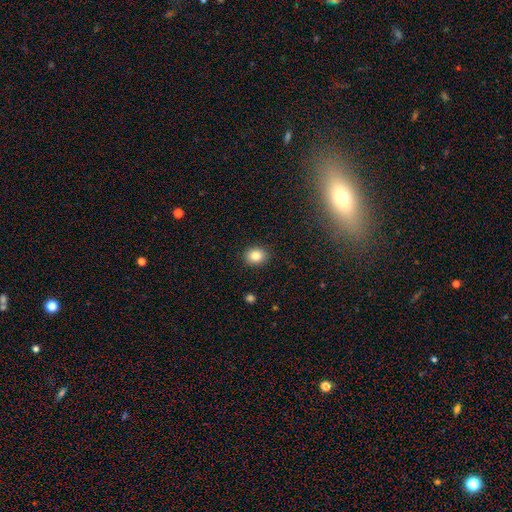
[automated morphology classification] smooth_or_featured: smooth (p=0.83) [alt: star or artifact p=0.10]
how_rounded: round (p=0.63) [alt: in between p=0.36]
merging: none (p=0.90) [alt: minor disturbance p=0.07]